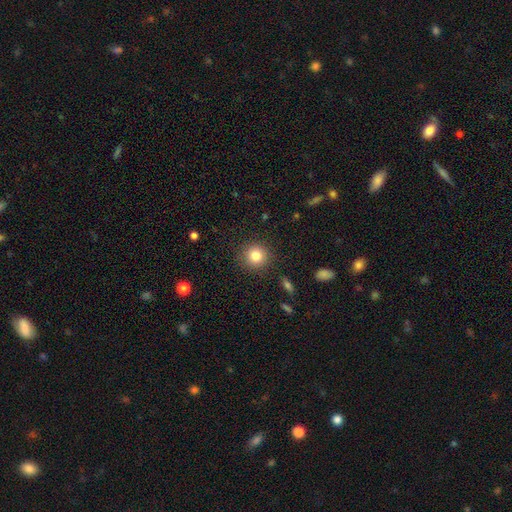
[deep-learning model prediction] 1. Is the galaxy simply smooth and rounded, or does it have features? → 82% smooth, 11% star or artifact, 7% featured or disk.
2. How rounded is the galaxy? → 93% round, 6% in between, 1% cigar-shaped.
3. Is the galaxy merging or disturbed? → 90% none, 7% minor disturbance, 2% major disturbance, 1% merger.